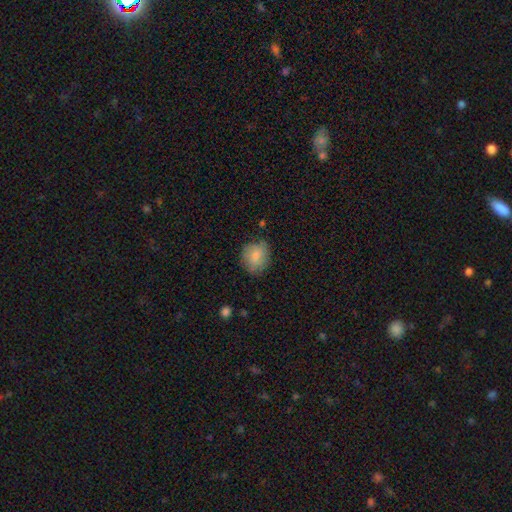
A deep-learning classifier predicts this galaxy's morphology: smooth 81%, featured or disk 11%, star or artifact 8%. Down the decision tree: how rounded — round (72%); merging — none (72%).